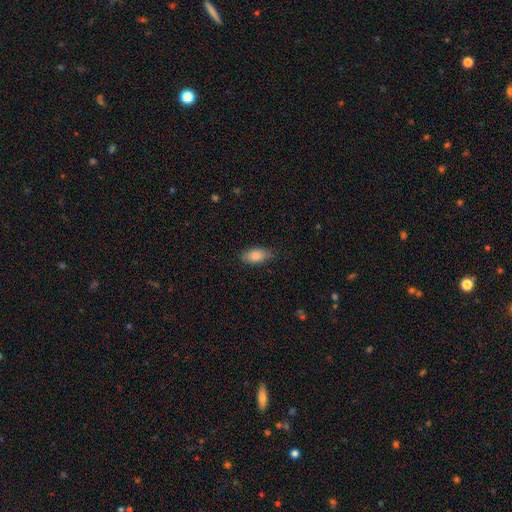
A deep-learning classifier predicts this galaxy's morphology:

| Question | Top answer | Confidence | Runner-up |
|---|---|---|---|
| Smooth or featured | smooth | 85% | featured or disk (8%) |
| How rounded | in between | 89% | cigar-shaped (7%) |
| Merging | none | 81% | minor disturbance (15%) |